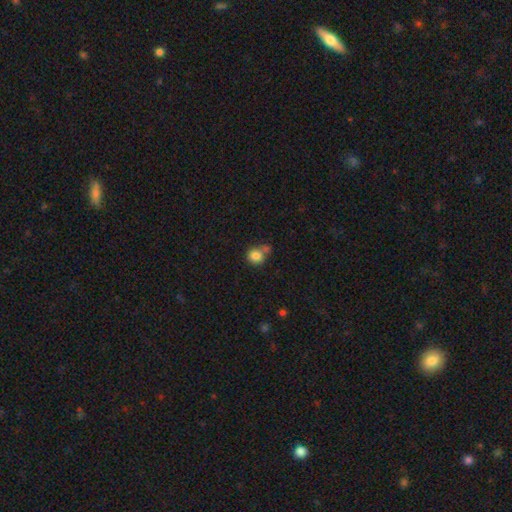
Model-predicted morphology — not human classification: Smooth or featured?
  - smooth: 83% *
  - star or artifact: 10%
  - featured or disk: 7%
How rounded?
  - round: 82% *
  - in between: 17%
  - cigar-shaped: 1%
Merging?
  - none: 53% *
  - merger: 25%
  - minor disturbance: 16%
  - major disturbance: 6%